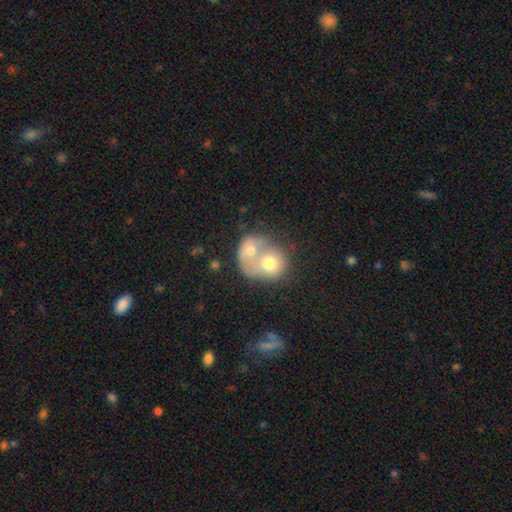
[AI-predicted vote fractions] A smooth galaxy with no disk features (54%) that is round (66%). Merging: merger (77%).